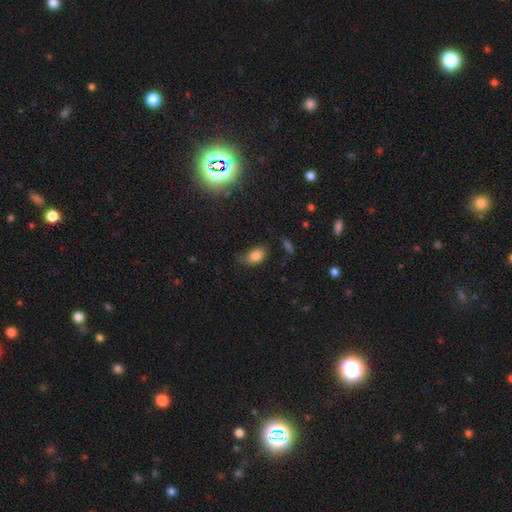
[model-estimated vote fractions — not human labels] Smooth or featured? smooth (82%)
How rounded? in between (85%)
Merging? none (55%)